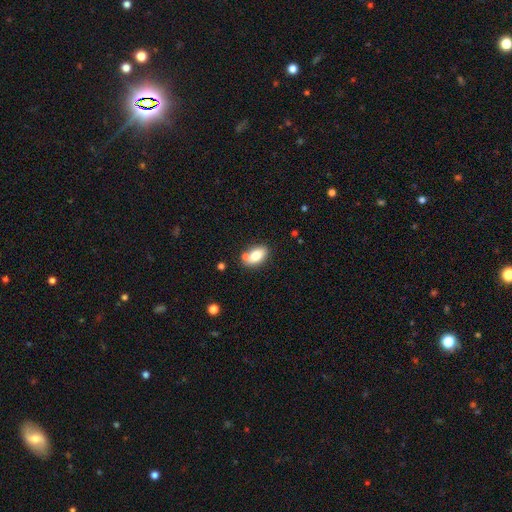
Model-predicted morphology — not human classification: This appears to be a smooth galaxy with no disk features (77%) that is in between round and cigar-shaped (89%). Merging: none (70%).